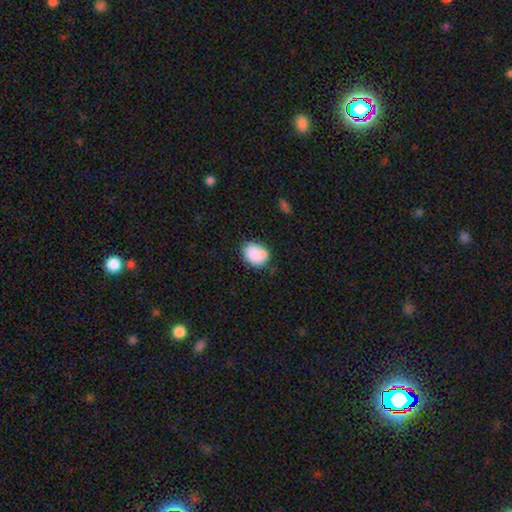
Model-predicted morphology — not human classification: This is clearly a smooth galaxy (85%). How rounded: likely in between (61%). Merging: likely none (62%).